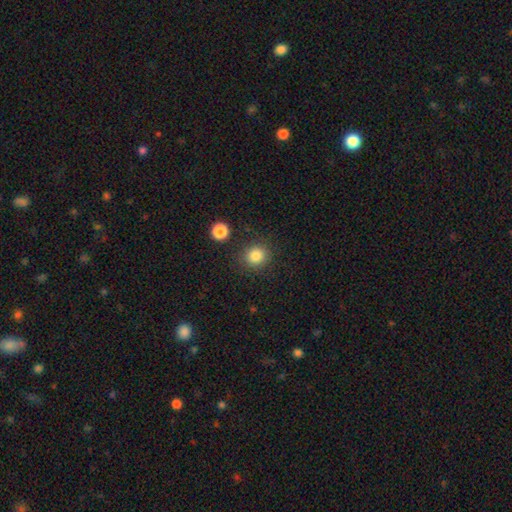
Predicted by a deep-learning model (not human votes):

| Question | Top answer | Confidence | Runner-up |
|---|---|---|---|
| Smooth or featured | smooth | 84% | star or artifact (11%) |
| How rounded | round | 87% | in between (12%) |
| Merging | none | 86% | minor disturbance (8%) |